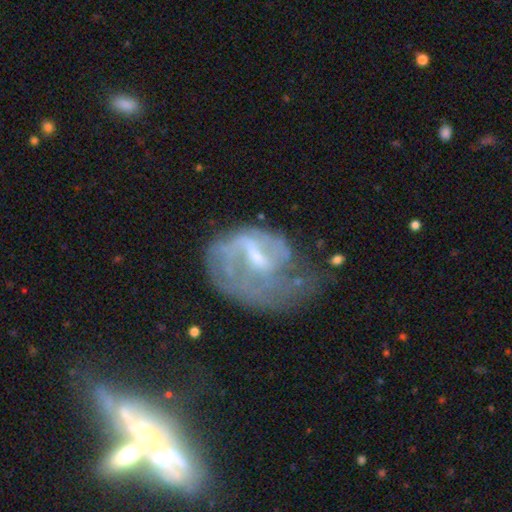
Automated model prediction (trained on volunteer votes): smooth-or-featured: featured or disk: 72% | smooth: 19% | star or artifact: 9%
  disk-edge-on: no: 97% | yes: 3%
    bar: weak: 53% | strong: 26% | no: 21%
    has-spiral-arms: yes: 65% | no: 35%
    bulge-size: small: 47% | moderate: 37% | none: 12% | large: 3% | dominant: 1%
  merging: major disturbance: 44% | none: 29% | minor disturbance: 23% | merger: 4%